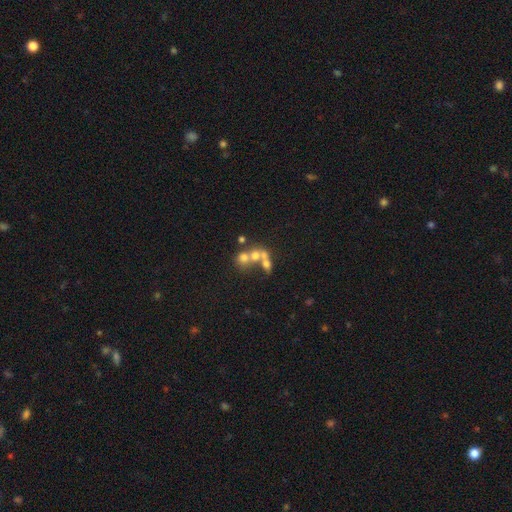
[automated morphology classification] Smooth or featured? Predicted: smooth (p=0.50). How rounded? Predicted: round (p=0.66). Merging? Predicted: merger (p=0.59).